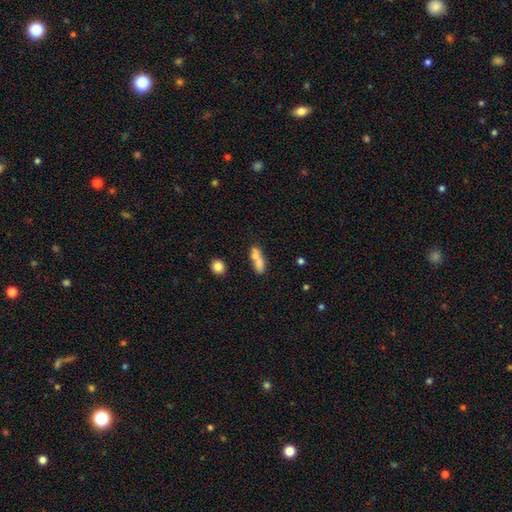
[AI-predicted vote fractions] A smooth galaxy with no disk features (66%) that is in between round and cigar-shaped (64%).

Vote fractions:
- Smooth or featured? smooth: 66% / featured or disk: 24% / star or artifact: 10%
- How rounded? in between: 64% / cigar-shaped: 23% / round: 14%
- Merging? merger: 54% / none: 30% / minor disturbance: 10% / major disturbance: 5%